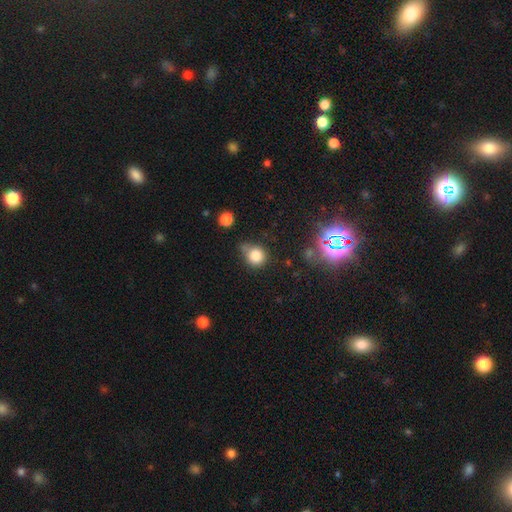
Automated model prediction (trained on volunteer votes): Smooth or featured: smooth — 81% (star or artifact — 13%)
How rounded: round — 82% (in between — 17%)
Merging: none — 54% (minor disturbance — 27%)